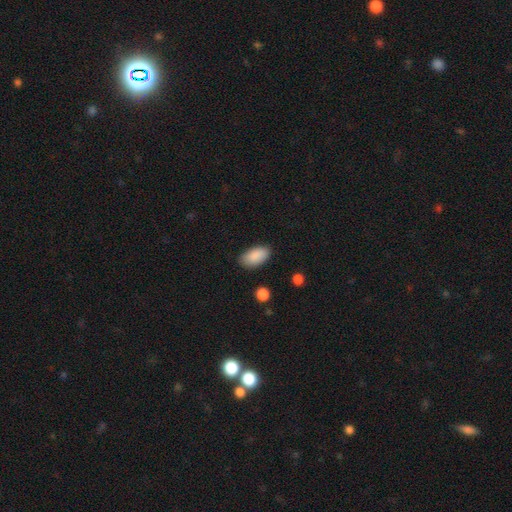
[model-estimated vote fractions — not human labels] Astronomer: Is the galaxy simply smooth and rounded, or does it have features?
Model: smooth — 89%.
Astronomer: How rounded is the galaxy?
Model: in between — 94%.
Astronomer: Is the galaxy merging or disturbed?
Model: none — 84%.